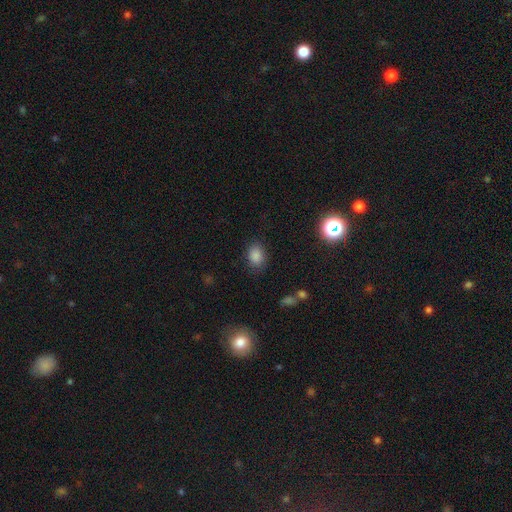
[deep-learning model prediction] smooth-or-featured: smooth: 84% | star or artifact: 12% | featured or disk: 4%
  how-rounded: in between: 70% | round: 29% | cigar-shaped: 1%
  merging: none: 82% | minor disturbance: 13% | major disturbance: 4% | merger: 2%